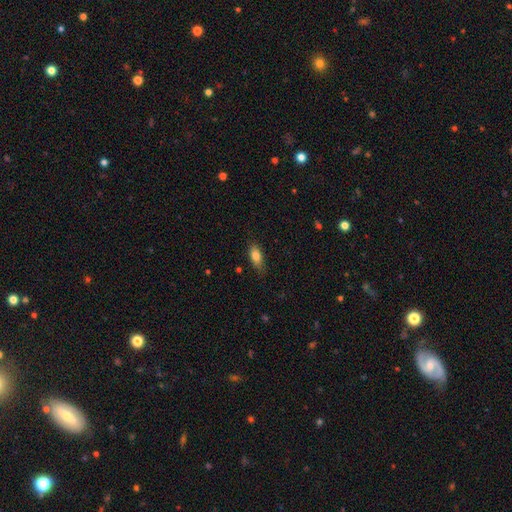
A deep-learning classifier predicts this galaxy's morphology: type=smooth (80%); roundness=in between (81%); merging=none (75%).